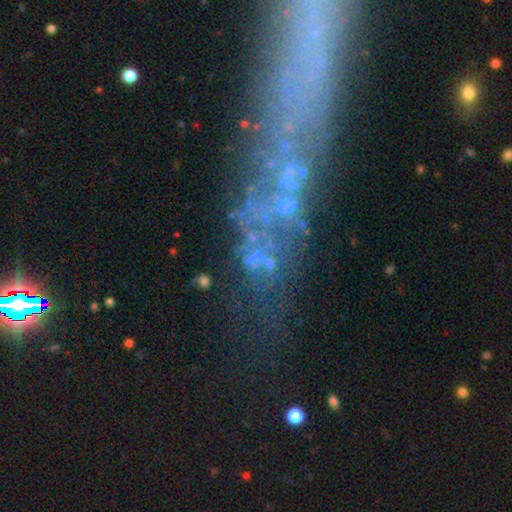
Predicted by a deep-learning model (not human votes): Morphology: type=featured or disk (52%); edge-on=no (97%); bar=no (90%); spiral arms=no (83%); bulge=none (70%); merging=none (36%).